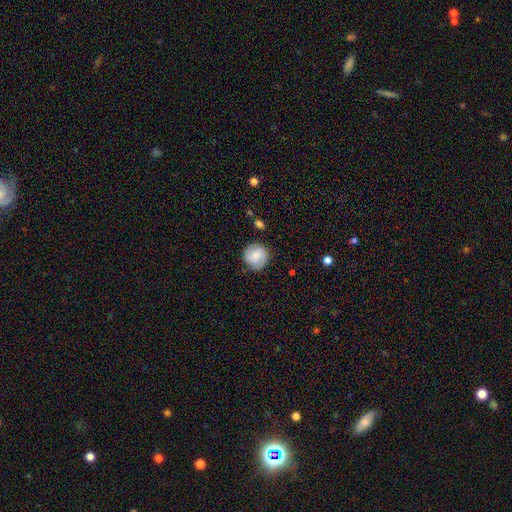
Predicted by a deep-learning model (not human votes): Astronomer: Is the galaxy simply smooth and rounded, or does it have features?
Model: smooth — 66%.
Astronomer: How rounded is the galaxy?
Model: round — 92%.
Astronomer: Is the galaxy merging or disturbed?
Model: none — 80%.